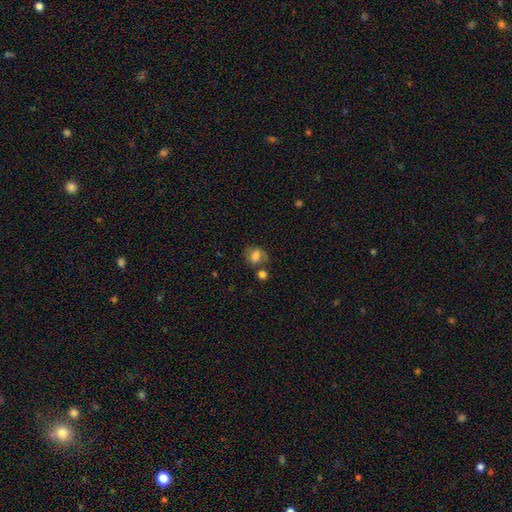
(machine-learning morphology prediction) smooth 62%, featured or disk 27%, star or artifact 11%. Down the decision tree: how rounded — in between (50%); merging — none (49%).